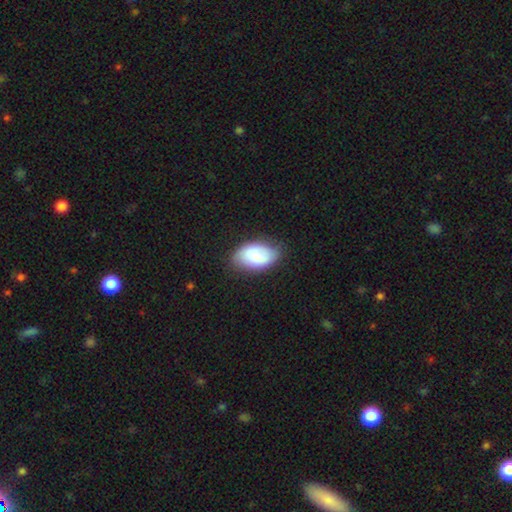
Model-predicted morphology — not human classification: A smooth galaxy with no disk features (72%) that is in between round and cigar-shaped (92%). Merging: none (71%).